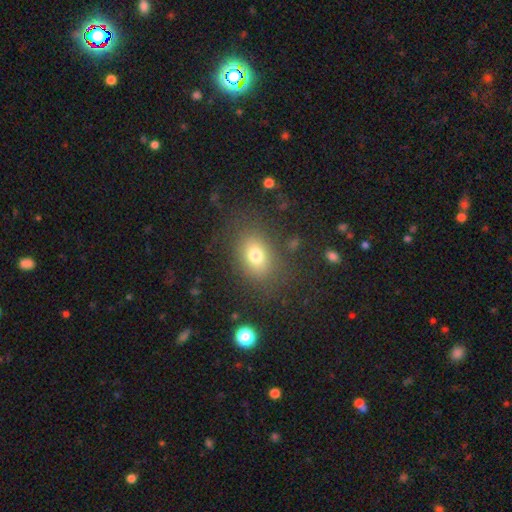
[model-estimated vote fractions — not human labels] smooth-or-featured: smooth: 75% | star or artifact: 13% | featured or disk: 12%
  how-rounded: in between: 67% | round: 32% | cigar-shaped: 2%
  merging: none: 80% | minor disturbance: 11% | major disturbance: 7% | merger: 2%